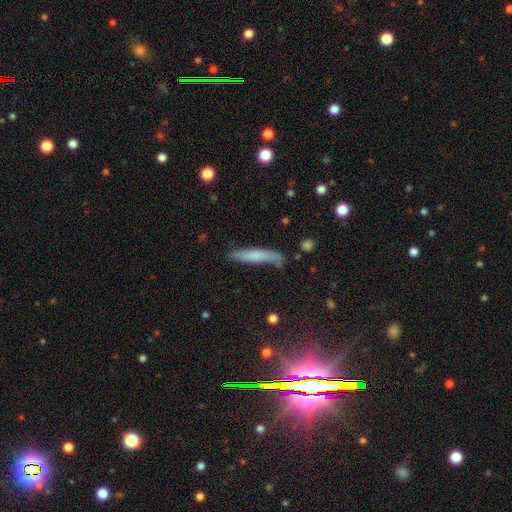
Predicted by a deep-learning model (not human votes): Smooth or featured: smooth — 68% (featured or disk — 25%)
How rounded: cigar-shaped — 90% (in between — 8%)
Merging: none — 68% (minor disturbance — 23%)